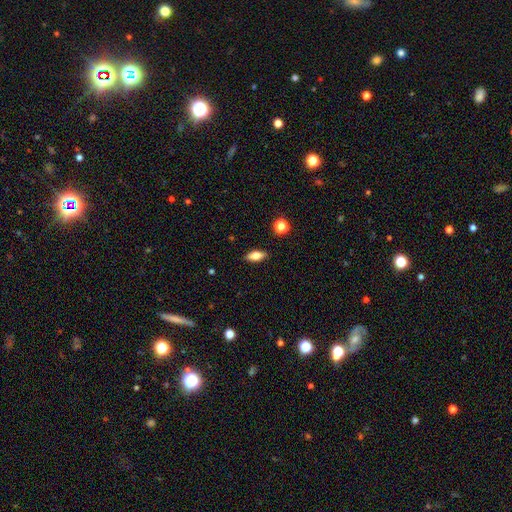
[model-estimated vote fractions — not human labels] This is likely a smooth galaxy (67%). How rounded: likely in between (79%). Merging: clearly none (88%).